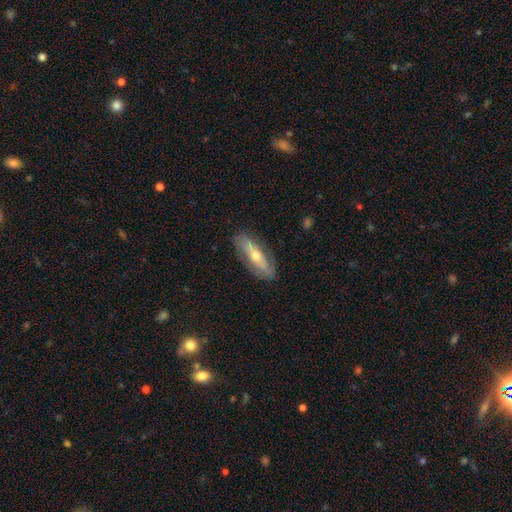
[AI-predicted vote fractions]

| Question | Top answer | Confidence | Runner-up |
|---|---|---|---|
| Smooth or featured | featured or disk | 57% | smooth (37%) |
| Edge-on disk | no | 63% | yes (37%) |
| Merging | none | 81% | minor disturbance (14%) |